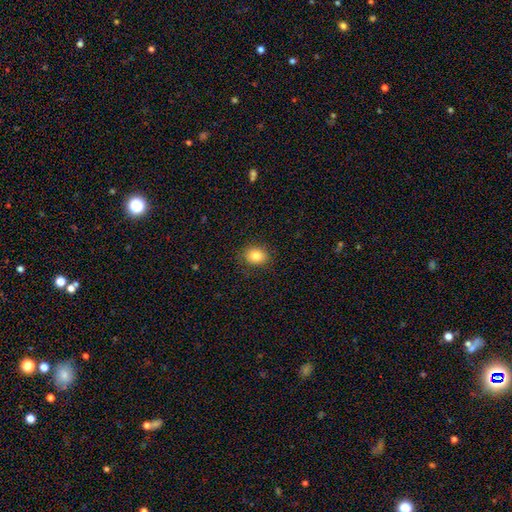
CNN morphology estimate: This appears to be a smooth galaxy with no disk features (84%) that is round (52%). Merging: none (86%).